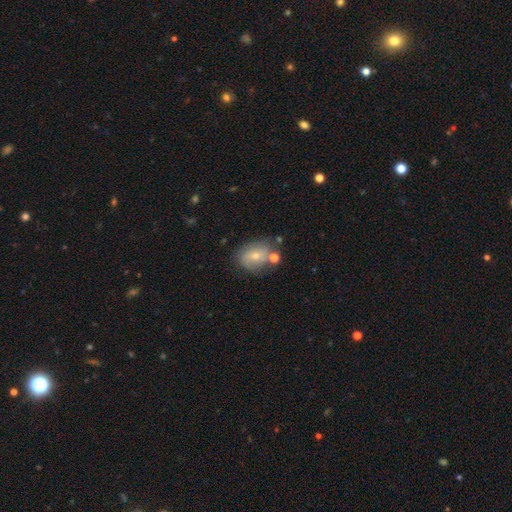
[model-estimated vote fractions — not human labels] This appears to be a smooth galaxy with no disk features (60%) that is in between round and cigar-shaped (57%). Merging: none (57%).